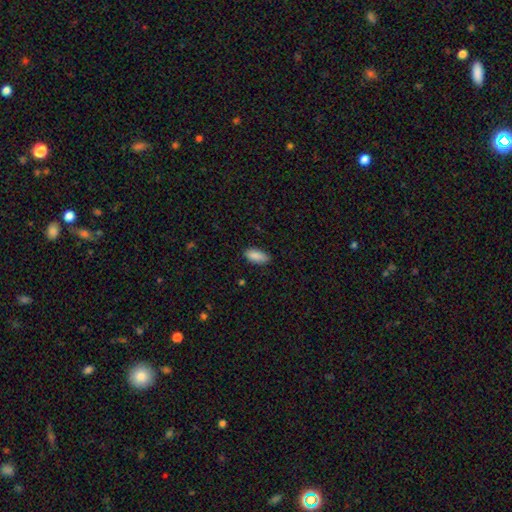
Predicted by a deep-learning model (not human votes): Q: Smooth or featured?
A: smooth (89%); runner-up: star or artifact (7%)
Q: How rounded?
A: in between (87%); runner-up: cigar-shaped (11%)
Q: Merging?
A: none (82%); runner-up: minor disturbance (14%)